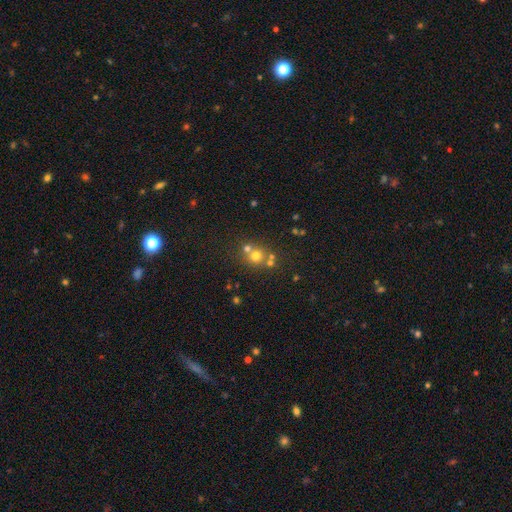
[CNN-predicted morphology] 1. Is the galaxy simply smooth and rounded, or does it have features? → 63% smooth, 21% star or artifact, 16% featured or disk.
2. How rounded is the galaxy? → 87% round, 12% in between, 1% cigar-shaped.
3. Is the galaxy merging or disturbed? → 53% none, 37% merger, 7% minor disturbance, 3% major disturbance.